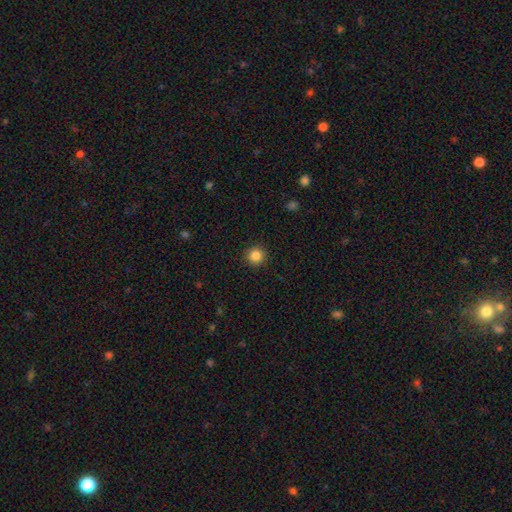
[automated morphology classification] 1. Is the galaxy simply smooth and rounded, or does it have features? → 85% smooth, 11% star or artifact, 4% featured or disk.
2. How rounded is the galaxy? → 94% round, 5% in between, 1% cigar-shaped.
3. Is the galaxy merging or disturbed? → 92% none, 5% minor disturbance, 2% major disturbance, 1% merger.